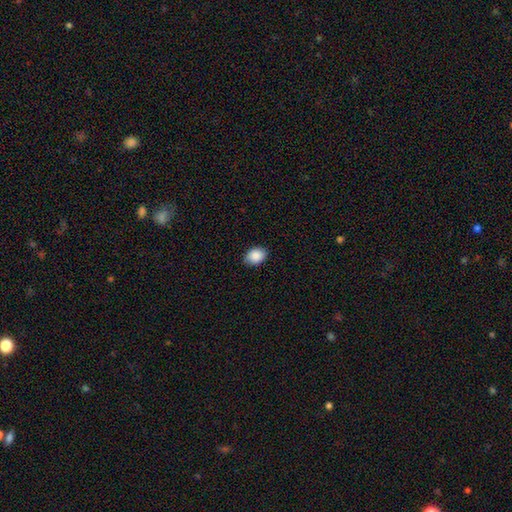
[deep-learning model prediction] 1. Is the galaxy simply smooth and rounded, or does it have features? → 89% smooth, 7% star or artifact, 4% featured or disk.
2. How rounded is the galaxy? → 76% in between, 23% round, 1% cigar-shaped.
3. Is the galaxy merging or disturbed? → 86% none, 11% minor disturbance, 2% major disturbance, 1% merger.